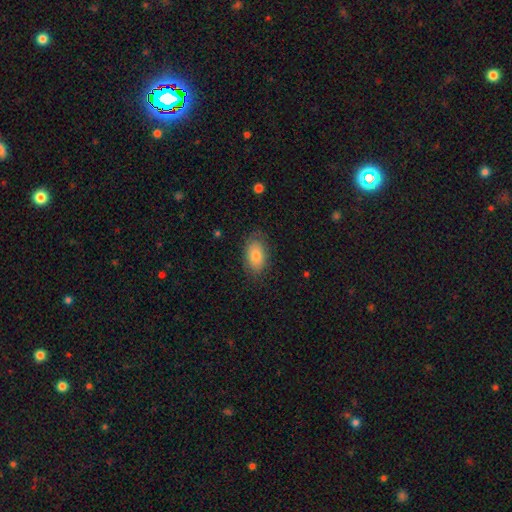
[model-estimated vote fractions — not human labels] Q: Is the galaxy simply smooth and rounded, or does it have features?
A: smooth — 79%.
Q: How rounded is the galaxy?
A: in between — 91%.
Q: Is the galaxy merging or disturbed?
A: none — 80%.